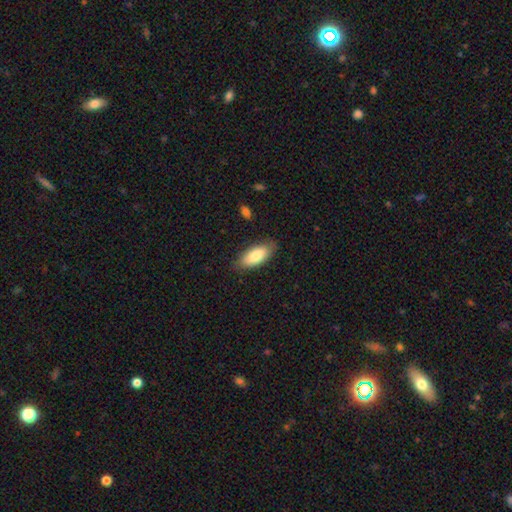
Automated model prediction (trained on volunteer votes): Q: Smooth or featured?
A: smooth (82%); runner-up: featured or disk (12%)
Q: How rounded?
A: in between (86%); runner-up: cigar-shaped (13%)
Q: Merging?
A: none (81%); runner-up: minor disturbance (15%)